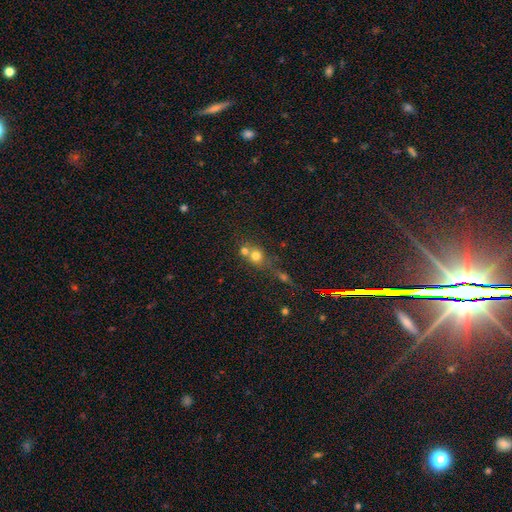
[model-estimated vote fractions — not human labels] smooth_or_featured: smooth (p=0.70) [alt: star or artifact p=0.16]
how_rounded: round (p=0.83) [alt: in between p=0.16]
merging: merger (p=0.52) [alt: none p=0.37]